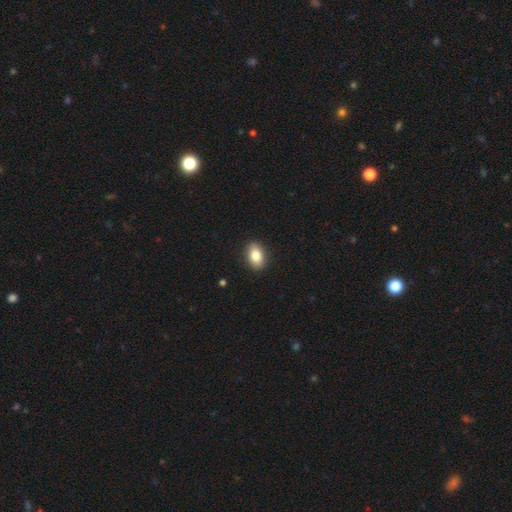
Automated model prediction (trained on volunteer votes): smooth-or-featured: smooth: 84% | featured or disk: 8% | star or artifact: 8%
  how-rounded: in between: 85% | round: 13% | cigar-shaped: 2%
  merging: none: 90% | minor disturbance: 7% | major disturbance: 2% | merger: 1%